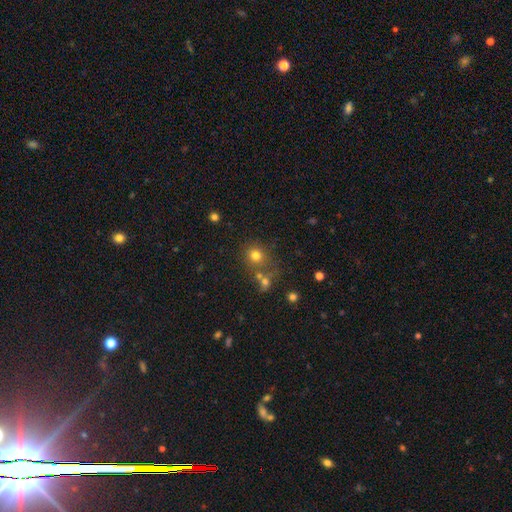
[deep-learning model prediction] Q: Smooth or featured?
A: smooth (75%); runner-up: star or artifact (16%)
Q: How rounded?
A: round (85%); runner-up: in between (14%)
Q: Merging?
A: none (66%); runner-up: merger (17%)